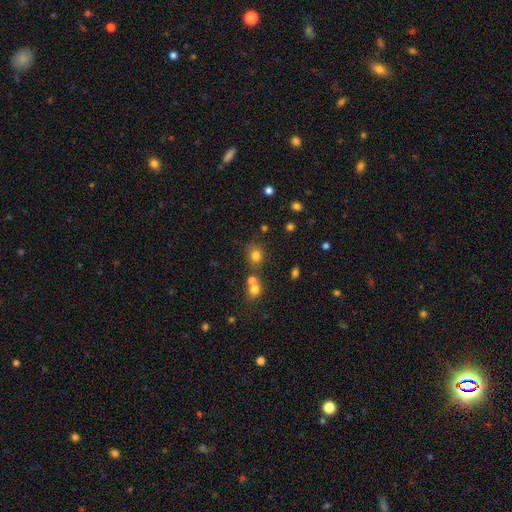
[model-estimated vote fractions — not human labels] Smooth or featured: smooth — 76% (star or artifact — 16%)
How rounded: round — 76% (in between — 23%)
Merging: none — 66% (merger — 18%)